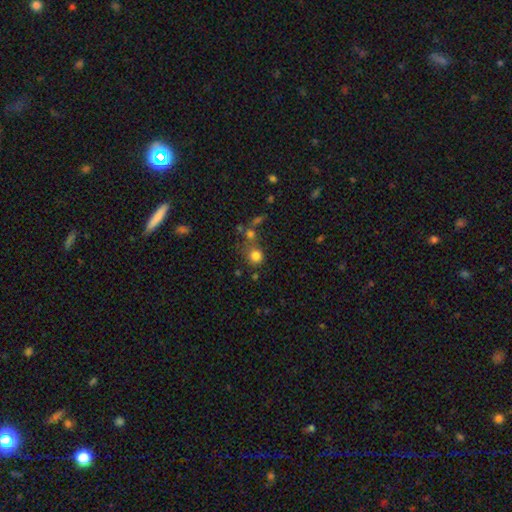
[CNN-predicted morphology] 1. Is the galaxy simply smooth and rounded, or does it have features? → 79% smooth, 14% star or artifact, 7% featured or disk.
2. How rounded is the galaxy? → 85% round, 14% in between, 1% cigar-shaped.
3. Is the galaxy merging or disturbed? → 61% none, 20% merger, 12% minor disturbance, 6% major disturbance.